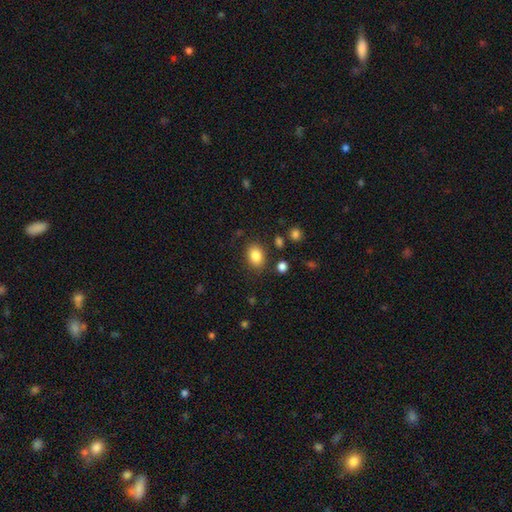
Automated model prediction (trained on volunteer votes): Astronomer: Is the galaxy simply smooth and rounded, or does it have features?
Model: smooth — 85%.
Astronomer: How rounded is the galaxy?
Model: in between — 70%.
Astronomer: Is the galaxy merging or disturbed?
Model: none — 82%.